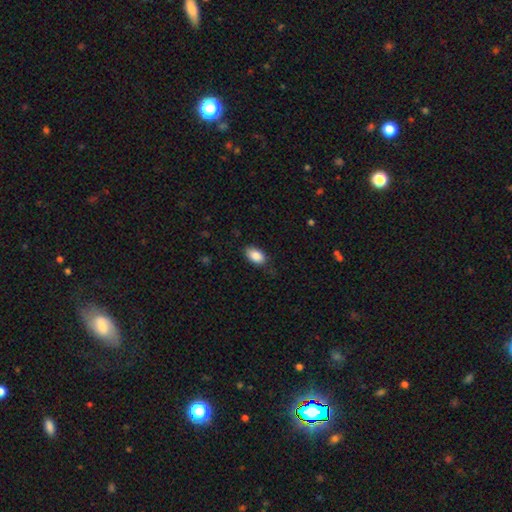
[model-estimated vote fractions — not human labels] Smooth or featured? smooth (87%)
How rounded? in between (92%)
Merging? none (81%)